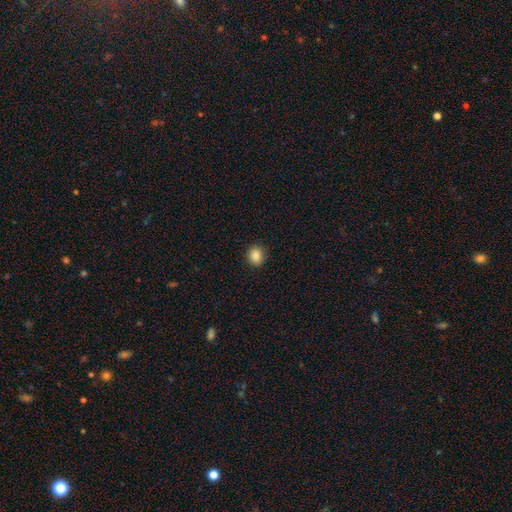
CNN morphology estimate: smooth 86%, star or artifact 10%, featured or disk 4%. Down the decision tree: how rounded — round (72%); merging — none (91%).